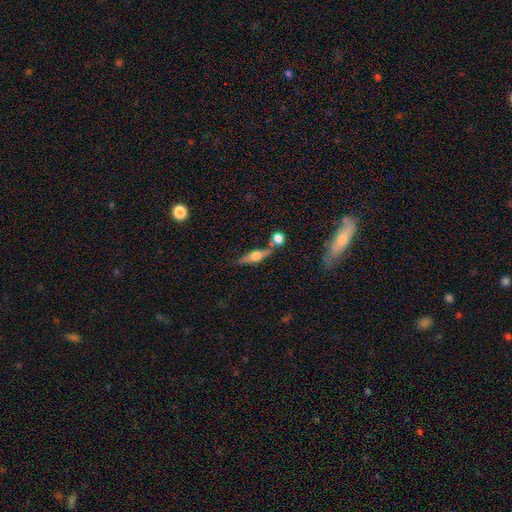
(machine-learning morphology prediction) The model was most divided on "smooth or featured": featured or disk: 57%, smooth: 35%, star or artifact: 8%. More confident: edge-on bulge — rounded (93%); edge-on disk — yes (90%); merging — none (64%).